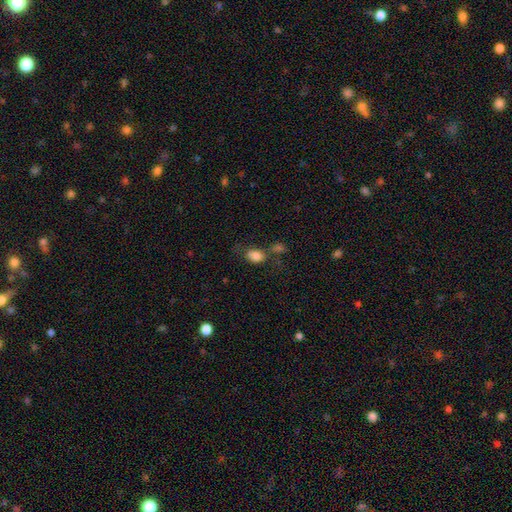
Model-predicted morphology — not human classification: A smooth galaxy with no disk features (82%) that is in between round and cigar-shaped (74%).

Vote fractions:
- Smooth or featured? smooth: 82% / star or artifact: 10% / featured or disk: 8%
- How rounded? in between: 74% / round: 24% / cigar-shaped: 1%
- Merging? none: 47% / merger: 26% / minor disturbance: 16% / major disturbance: 10%